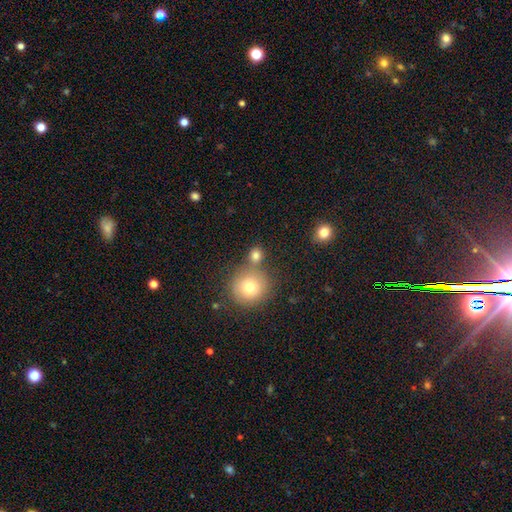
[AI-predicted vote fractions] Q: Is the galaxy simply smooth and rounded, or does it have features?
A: smooth — 79%.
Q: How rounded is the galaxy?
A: round — 82%.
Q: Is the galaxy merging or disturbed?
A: none — 61%.